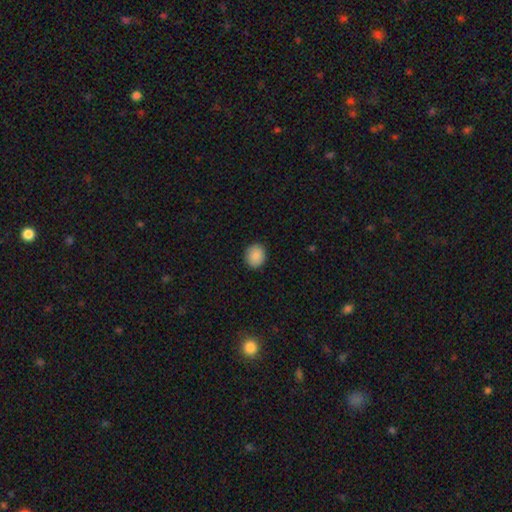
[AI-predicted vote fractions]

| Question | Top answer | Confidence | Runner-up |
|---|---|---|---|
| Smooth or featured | smooth | 89% | star or artifact (8%) |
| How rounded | round | 75% | in between (24%) |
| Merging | none | 91% | minor disturbance (7%) |